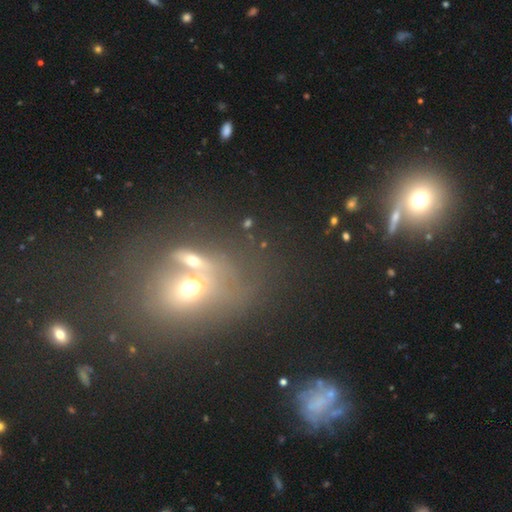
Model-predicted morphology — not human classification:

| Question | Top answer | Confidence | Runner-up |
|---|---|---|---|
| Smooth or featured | smooth | 41% | star or artifact (36%) |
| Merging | none | 48% | merger (32%) |